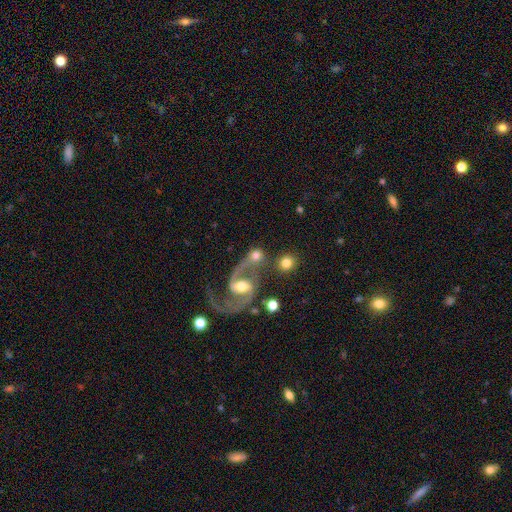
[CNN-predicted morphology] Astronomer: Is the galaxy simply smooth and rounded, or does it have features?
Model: featured or disk — 49% (runner-up: smooth, 42%).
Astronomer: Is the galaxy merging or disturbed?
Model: none — 47% (runner-up: merger, 33%).